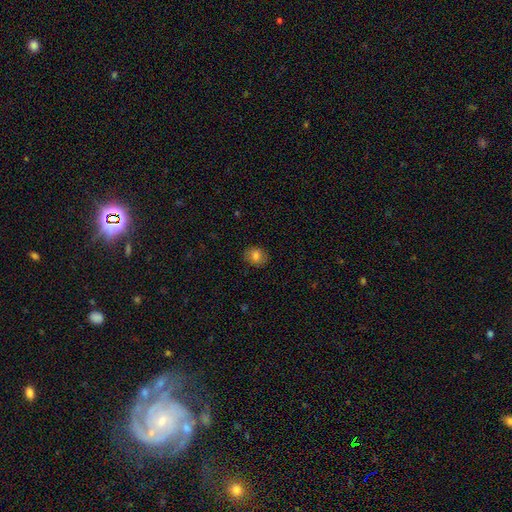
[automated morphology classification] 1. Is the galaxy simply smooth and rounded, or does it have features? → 82% smooth, 11% star or artifact, 8% featured or disk.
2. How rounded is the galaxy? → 63% round, 36% in between, 1% cigar-shaped.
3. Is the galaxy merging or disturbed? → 86% none, 11% minor disturbance, 3% major disturbance, 1% merger.